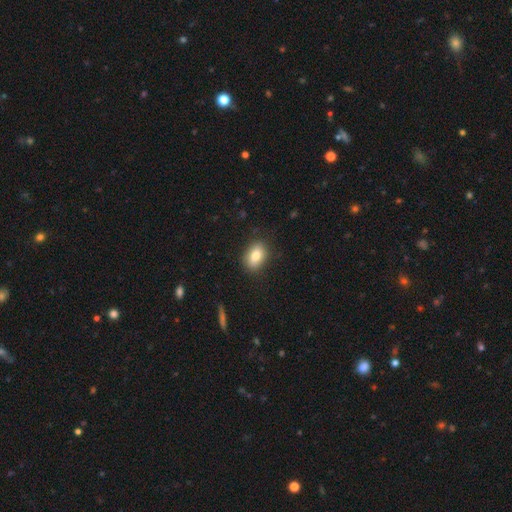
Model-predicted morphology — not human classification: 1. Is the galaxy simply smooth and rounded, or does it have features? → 81% smooth, 11% featured or disk, 8% star or artifact.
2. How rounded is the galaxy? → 80% in between, 18% round, 2% cigar-shaped.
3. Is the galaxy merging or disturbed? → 85% none, 11% minor disturbance, 3% major disturbance, 1% merger.